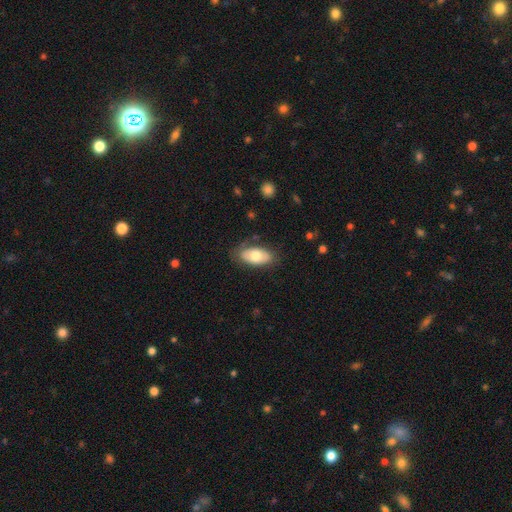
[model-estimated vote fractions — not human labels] A smooth galaxy with no disk features (69%) that is in between round and cigar-shaped (93%). Merging: none (76%).